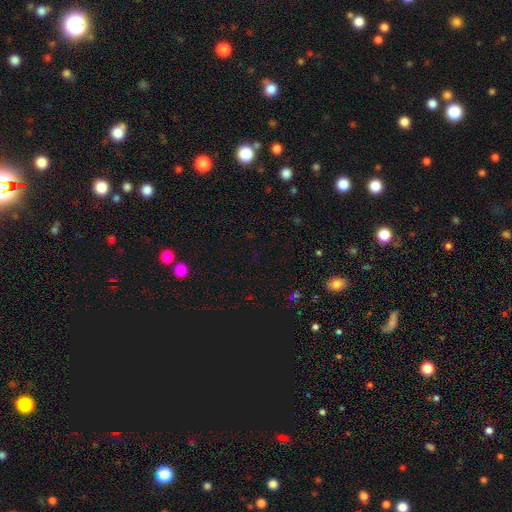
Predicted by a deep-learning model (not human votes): Q: Smooth or featured?
A: star or artifact (70%); runner-up: smooth (22%)